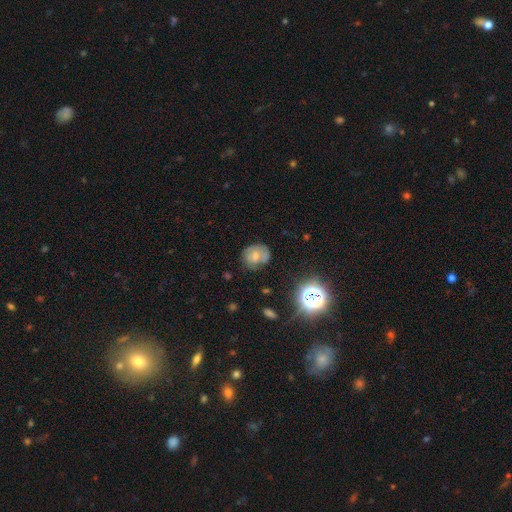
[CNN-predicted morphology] A smooth galaxy with no disk features (57%) that is round (56%).

Vote fractions:
- Smooth or featured? smooth: 57% / featured or disk: 28% / star or artifact: 15%
- How rounded? round: 56% / in between: 43% / cigar-shaped: 1%
- Merging? none: 56% / minor disturbance: 28% / major disturbance: 11% / merger: 5%